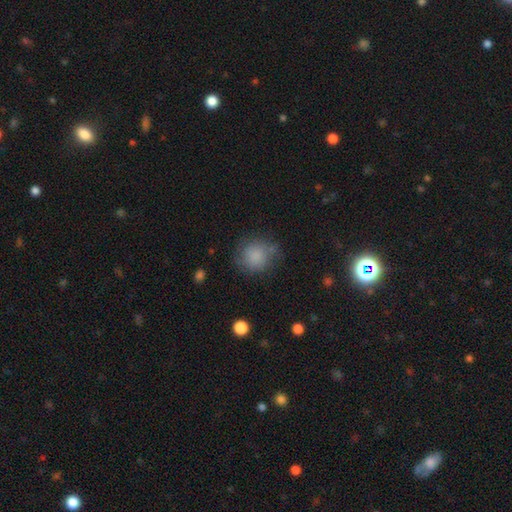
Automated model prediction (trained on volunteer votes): Smooth or featured?
  - smooth: 82% *
  - featured or disk: 10%
  - star or artifact: 8%
How rounded?
  - round: 85% *
  - in between: 14%
  - cigar-shaped: 1%
Merging?
  - none: 66% *
  - minor disturbance: 22%
  - major disturbance: 8%
  - merger: 3%